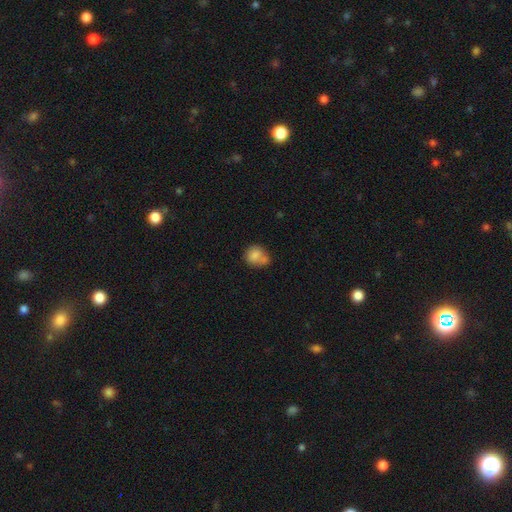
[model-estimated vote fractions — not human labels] Smooth or featured?
  - smooth: 78% *
  - featured or disk: 13%
  - star or artifact: 9%
How rounded?
  - round: 65% *
  - in between: 34%
  - cigar-shaped: 1%
Merging?
  - none: 41% *
  - merger: 30%
  - minor disturbance: 22%
  - major disturbance: 8%